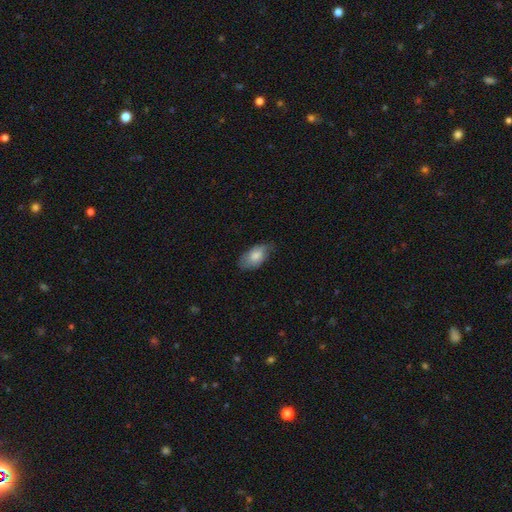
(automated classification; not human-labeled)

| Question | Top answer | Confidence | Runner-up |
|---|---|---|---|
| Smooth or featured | smooth | 76% | featured or disk (17%) |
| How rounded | in between | 93% | round (4%) |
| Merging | none | 64% | minor disturbance (29%) |